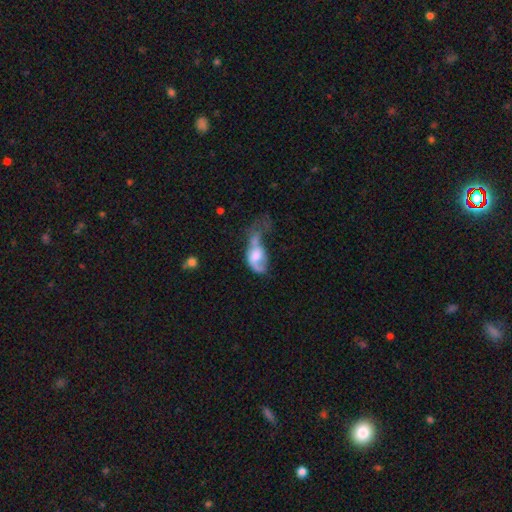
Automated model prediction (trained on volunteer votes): smooth_or_featured: smooth (p=0.49) [alt: featured or disk p=0.43]
merging: major disturbance (p=0.51) [alt: merger p=0.24]